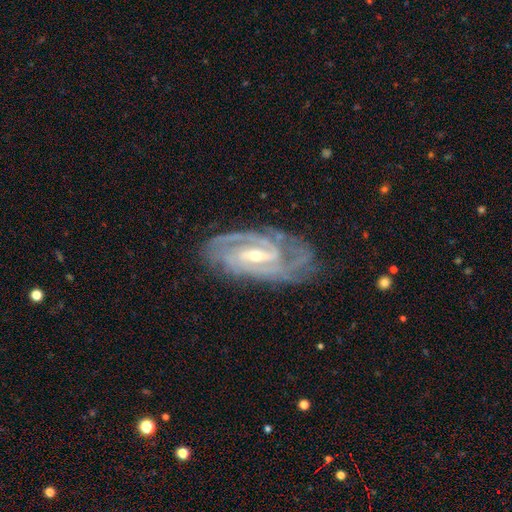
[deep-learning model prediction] This appears to be a featured or disk galaxy (91%) with a weak bar (42%), 2 (42%) tight (59%) spiral arms (98%) and a small central bulge (59%). Merging: none (74%).